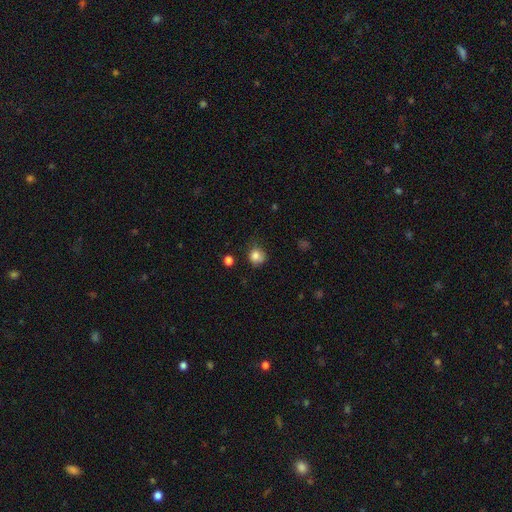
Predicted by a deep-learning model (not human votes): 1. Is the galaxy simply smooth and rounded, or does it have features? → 83% smooth, 11% star or artifact, 6% featured or disk.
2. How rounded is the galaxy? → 82% round, 17% in between, 1% cigar-shaped.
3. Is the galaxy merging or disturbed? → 65% none, 26% minor disturbance, 7% major disturbance, 3% merger.